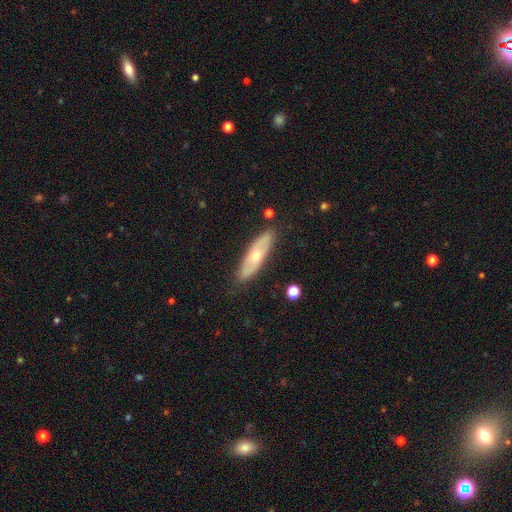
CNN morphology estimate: Overall: featured or disk (53%; smooth 42%). Edge-on disk: no (55%; yes 45%). Merging: none (84%).